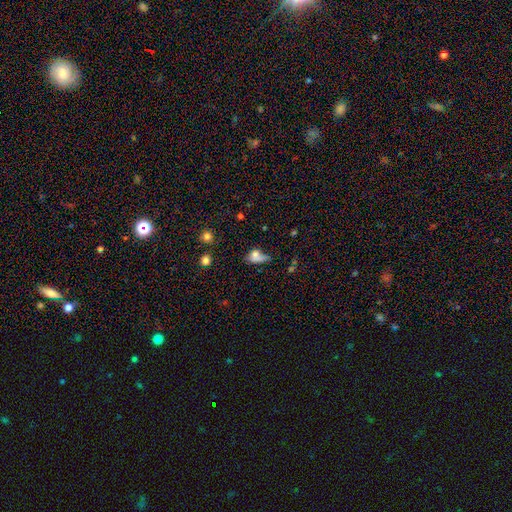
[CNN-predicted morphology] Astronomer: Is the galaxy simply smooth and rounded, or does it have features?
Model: smooth — 65%.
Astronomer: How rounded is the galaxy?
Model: in between — 70%.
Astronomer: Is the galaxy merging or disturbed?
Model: none — 31% (runner-up: major disturbance, 26%).